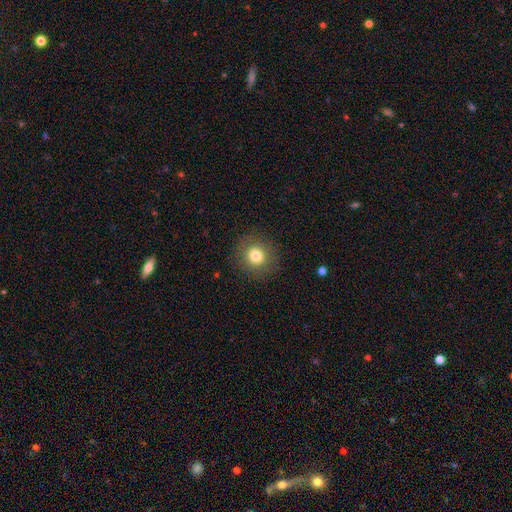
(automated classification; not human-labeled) Smooth or featured?
  - smooth: 78% *
  - star or artifact: 12%
  - featured or disk: 10%
How rounded?
  - round: 90% *
  - in between: 9%
  - cigar-shaped: 1%
Merging?
  - none: 89% *
  - minor disturbance: 7%
  - major disturbance: 3%
  - merger: 1%